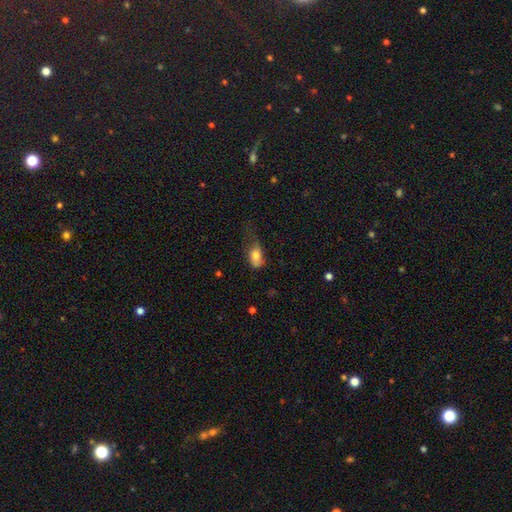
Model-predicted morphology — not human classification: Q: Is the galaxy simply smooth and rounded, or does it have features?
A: smooth — 78%.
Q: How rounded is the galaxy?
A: in between — 86%.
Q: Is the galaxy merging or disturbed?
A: minor disturbance — 35%.